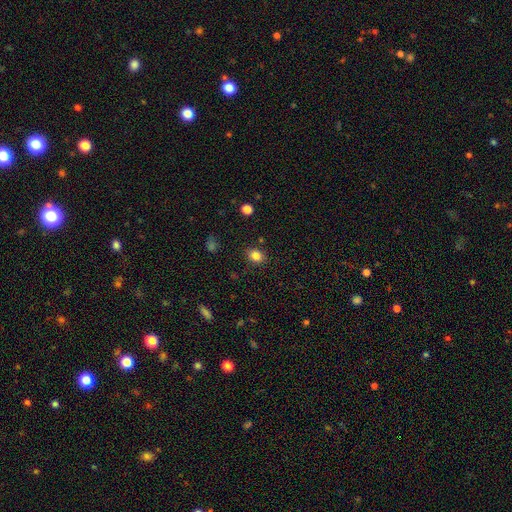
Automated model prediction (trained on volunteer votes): Smooth or featured: smooth — 83% (star or artifact — 11%)
How rounded: in between — 55% (round — 44%)
Merging: none — 86% (minor disturbance — 10%)